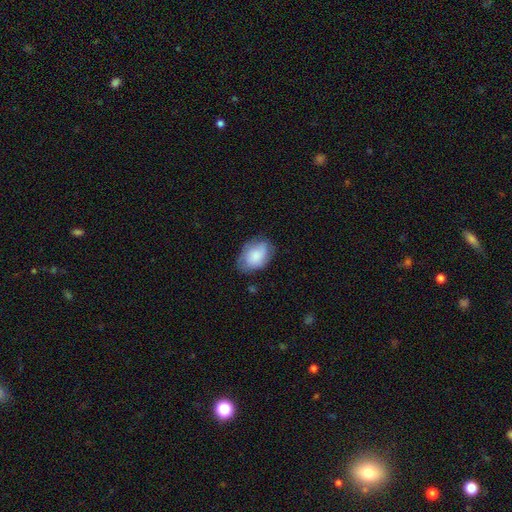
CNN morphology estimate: This is likely a smooth galaxy (75%). How rounded: clearly in between (82%). Merging: likely none (65%).